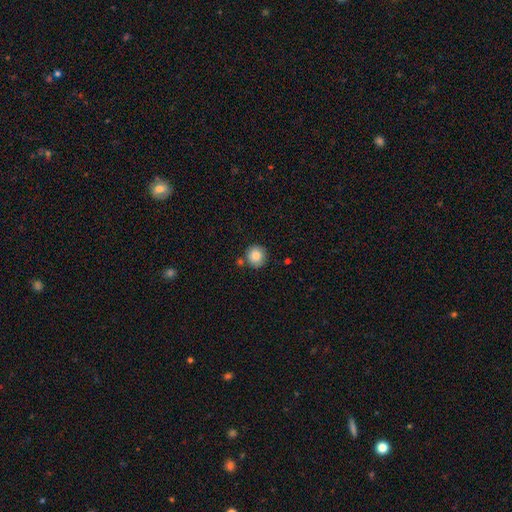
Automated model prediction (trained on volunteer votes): A smooth galaxy with no disk features (85%) that is round (92%). Merging: none (80%).